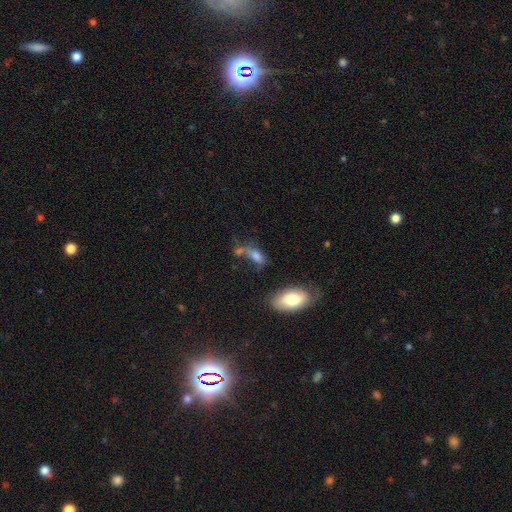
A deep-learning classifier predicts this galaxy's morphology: Smooth or featured? smooth (72%)
How rounded? in between (78%)
Merging? none (37%)